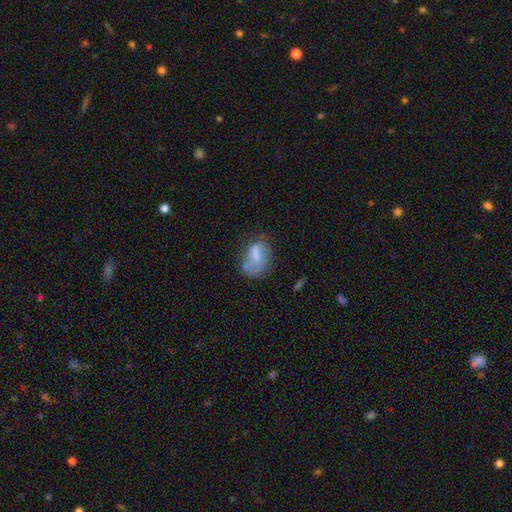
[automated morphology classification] A smooth galaxy with no disk features (61%) that is in between round and cigar-shaped (80%).

Vote fractions:
- Smooth or featured? smooth: 61% / featured or disk: 29% / star or artifact: 9%
- How rounded? in between: 80% / round: 18% / cigar-shaped: 2%
- Merging? none: 39% / minor disturbance: 31% / major disturbance: 23% / merger: 6%